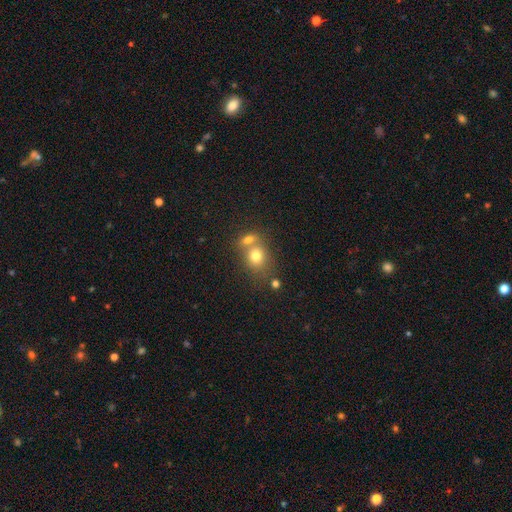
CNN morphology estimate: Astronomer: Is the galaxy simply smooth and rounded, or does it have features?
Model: smooth — 74%.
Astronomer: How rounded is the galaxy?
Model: round — 65%.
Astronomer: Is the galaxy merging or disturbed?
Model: merger — 48% (runner-up: none, 39%).